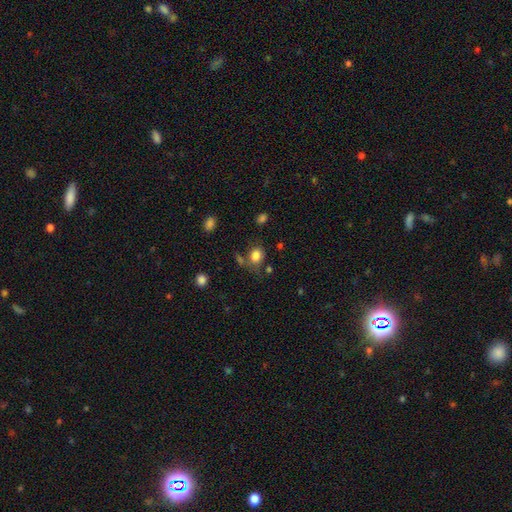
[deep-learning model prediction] This is clearly a smooth galaxy (82%). How rounded: possibly in between (50%). Merging: likely none (62%).